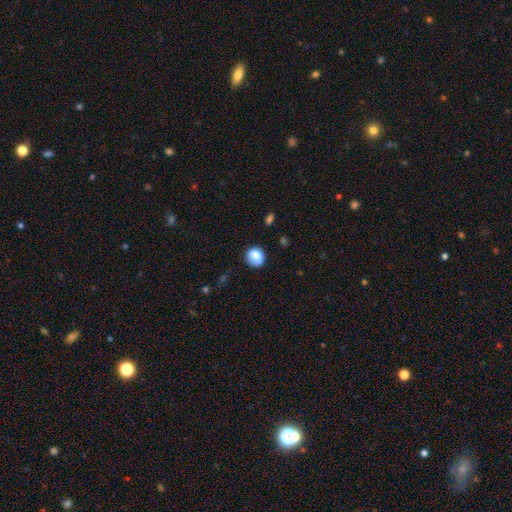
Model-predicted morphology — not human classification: Q: Smooth or featured?
A: smooth (84%); runner-up: star or artifact (9%)
Q: How rounded?
A: round (78%); runner-up: in between (21%)
Q: Merging?
A: none (78%); runner-up: minor disturbance (16%)